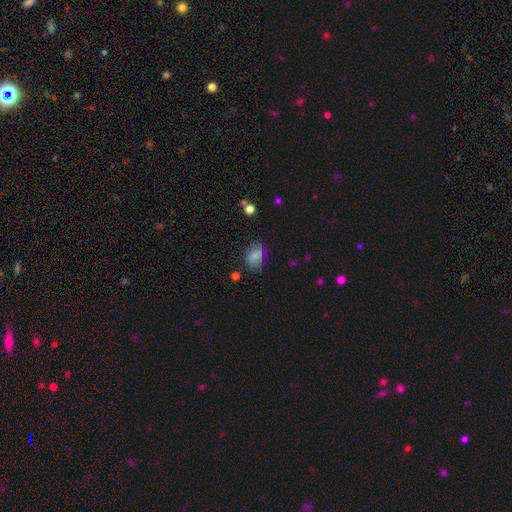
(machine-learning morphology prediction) Smooth or featured?
  - smooth: 80% *
  - featured or disk: 11%
  - star or artifact: 9%
How rounded?
  - in between: 64% *
  - round: 35%
  - cigar-shaped: 1%
Merging?
  - none: 72% *
  - minor disturbance: 20%
  - major disturbance: 6%
  - merger: 2%